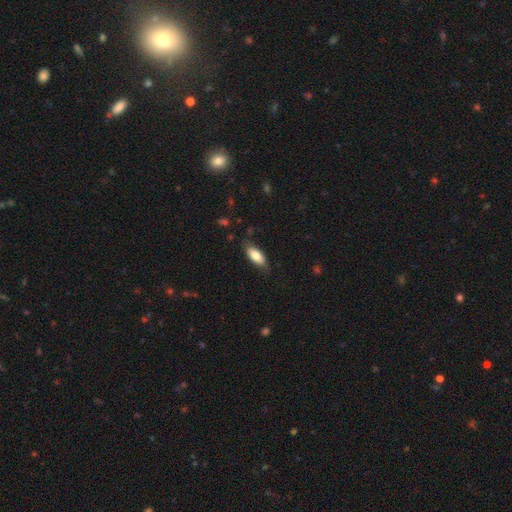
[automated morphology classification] The model was most divided on "merging": none: 79%, minor disturbance: 16%, major disturbance: 3%, merger: 1%. More confident: how rounded — in between (83%); smooth or featured — smooth (81%).